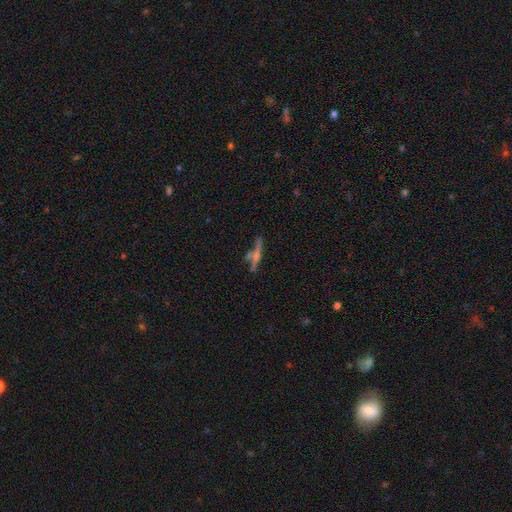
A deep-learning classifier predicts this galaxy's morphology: A featured or disk galaxy (60%) viewed edge-on (92%) with a rounded central bulge (67%). Merging: none (69%).